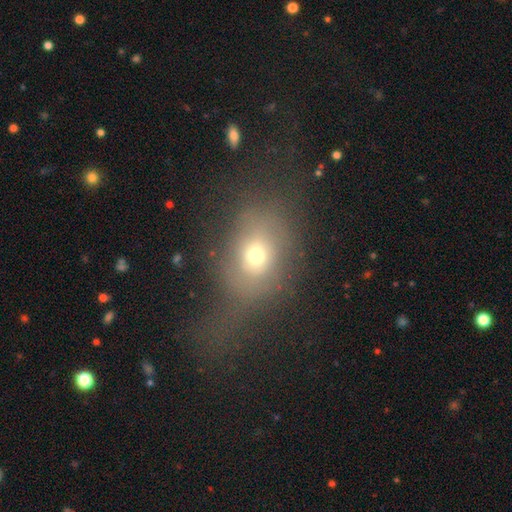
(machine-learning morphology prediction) The model was most divided on "how rounded": in between: 53%, round: 46%, cigar-shaped: 2%. Remaining: smooth or featured — smooth (65%); merging — major disturbance (43%).